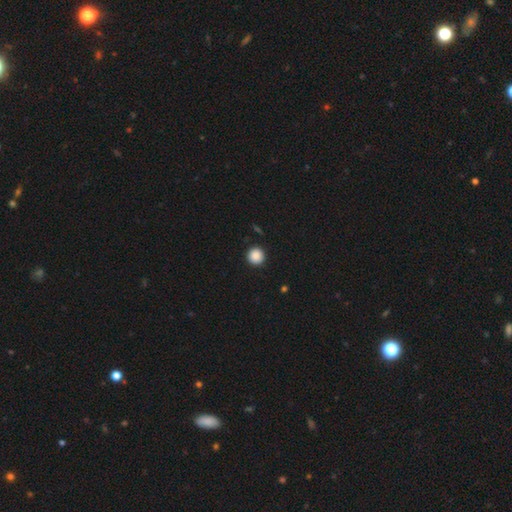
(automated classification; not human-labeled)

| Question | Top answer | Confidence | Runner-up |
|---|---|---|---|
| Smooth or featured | smooth | 88% | star or artifact (9%) |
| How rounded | round | 95% | in between (4%) |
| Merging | none | 92% | minor disturbance (5%) |